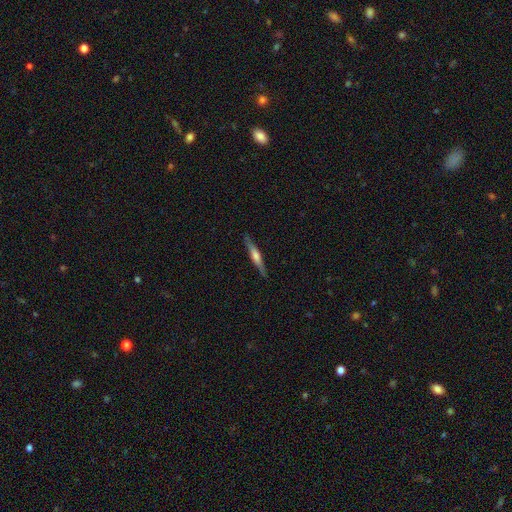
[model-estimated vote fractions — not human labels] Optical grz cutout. It shows a featured or disk galaxy (61%) viewed edge-on (97%) with a rounded central bulge (69%). Merging: none (88%).